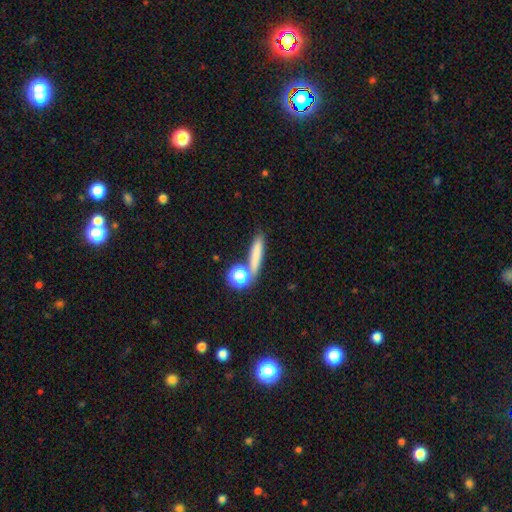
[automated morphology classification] The model was most divided on "how rounded": cigar-shaped: 68%, in between: 17%, round: 15%. More confident: smooth or featured — smooth (74%); merging — none (70%).